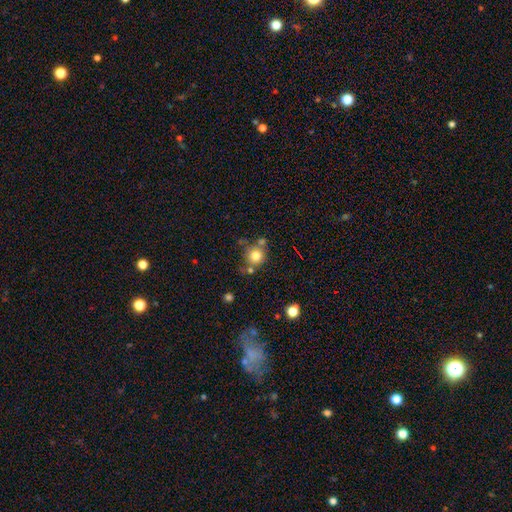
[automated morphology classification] This appears to be a smooth galaxy with no disk features (78%) that is round (90%). Merging: none (66%).